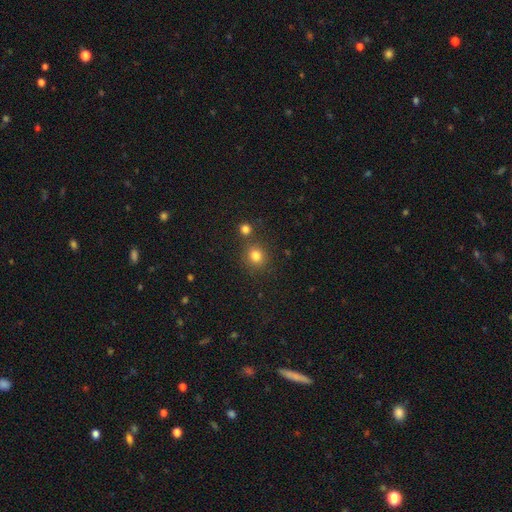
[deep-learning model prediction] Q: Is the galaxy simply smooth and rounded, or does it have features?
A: smooth — 81%.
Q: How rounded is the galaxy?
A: round — 84%.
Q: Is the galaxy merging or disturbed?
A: none — 76%.